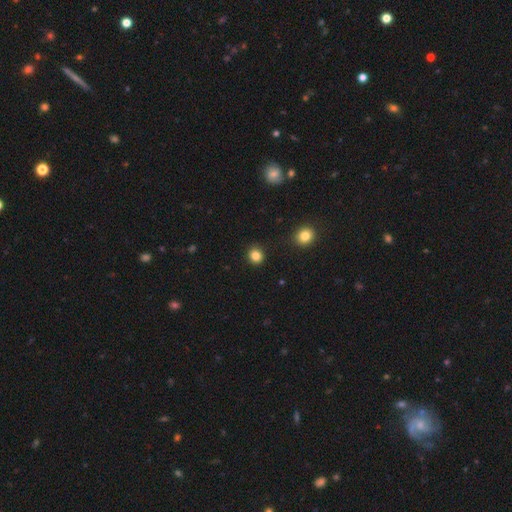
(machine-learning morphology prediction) type=smooth (84%); roundness=round (83%); merging=none (90%).